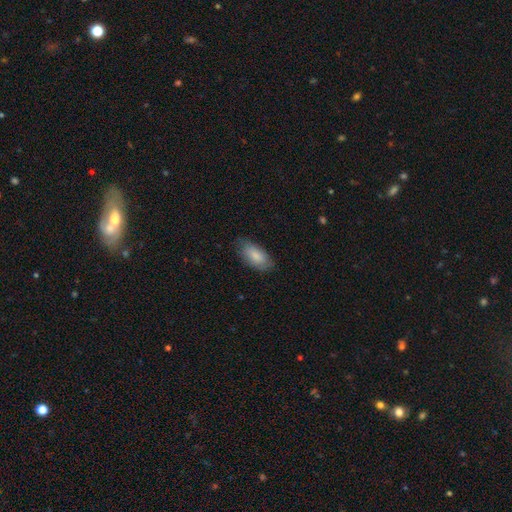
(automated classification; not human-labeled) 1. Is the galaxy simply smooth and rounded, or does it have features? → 85% smooth, 10% featured or disk, 6% star or artifact.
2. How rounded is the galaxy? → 92% in between, 6% cigar-shaped, 3% round.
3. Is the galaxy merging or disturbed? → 73% none, 21% minor disturbance, 5% major disturbance, 1% merger.